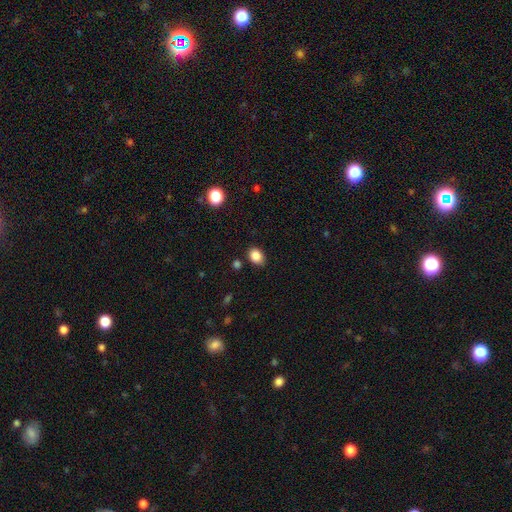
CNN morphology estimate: The model was most divided on "how rounded": in between: 68%, round: 31%, cigar-shaped: 1%. More confident: smooth or featured — smooth (86%); merging — none (80%).